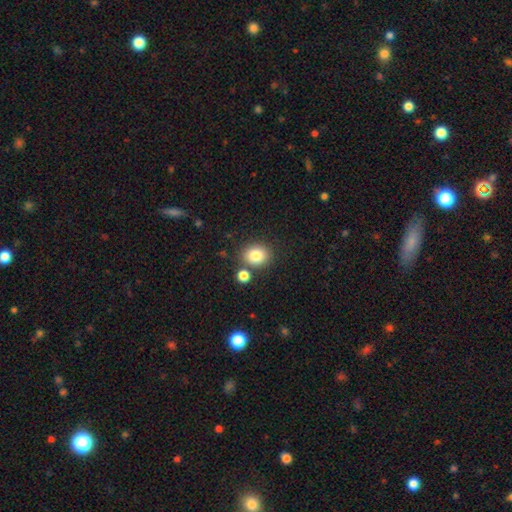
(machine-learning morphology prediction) type=smooth (83%); roundness=round (66%); merging=none (77%).